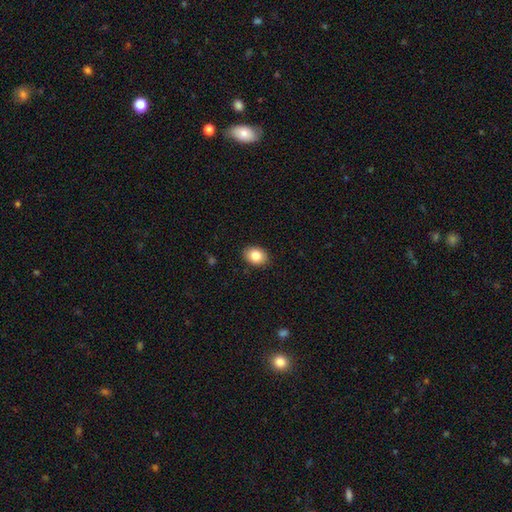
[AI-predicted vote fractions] This is clearly a smooth galaxy (84%). How rounded: likely in between (71%). Merging: clearly none (89%).